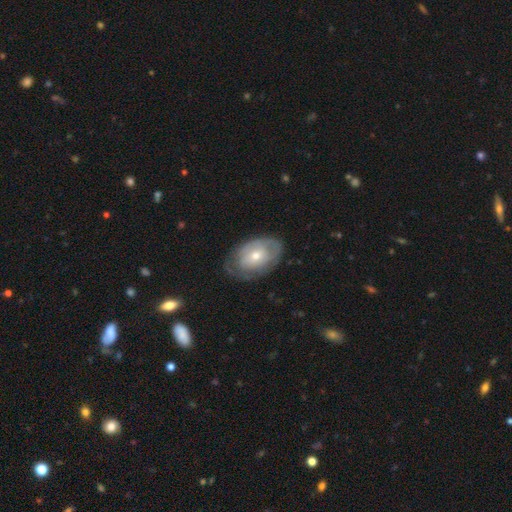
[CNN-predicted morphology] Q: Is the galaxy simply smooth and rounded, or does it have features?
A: featured or disk — 51%.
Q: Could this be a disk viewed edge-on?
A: no — 92%.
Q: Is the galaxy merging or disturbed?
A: none — 67%.